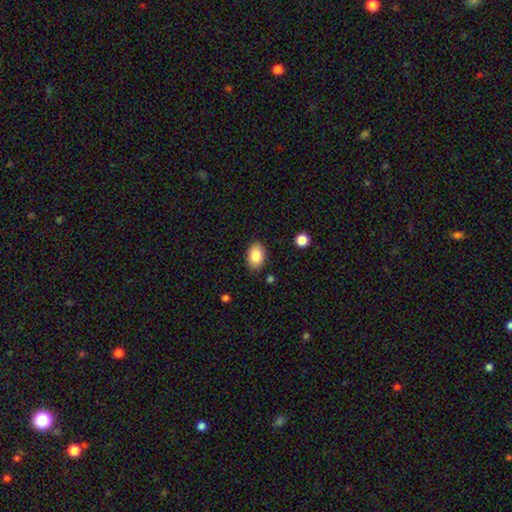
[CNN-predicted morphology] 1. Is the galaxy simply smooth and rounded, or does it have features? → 86% smooth, 7% star or artifact, 7% featured or disk.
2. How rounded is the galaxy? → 85% in between, 14% round, 1% cigar-shaped.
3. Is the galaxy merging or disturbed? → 85% none, 11% minor disturbance, 3% major disturbance, 2% merger.